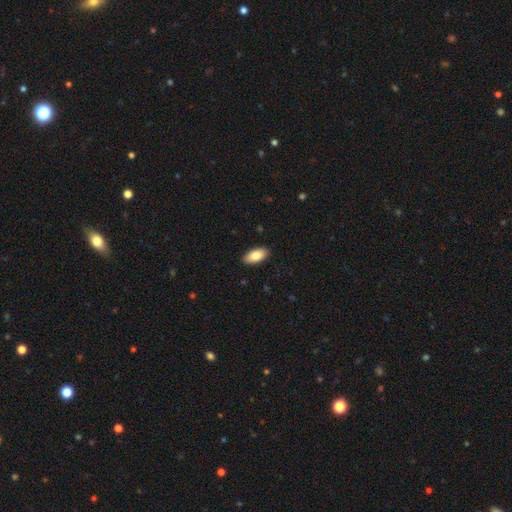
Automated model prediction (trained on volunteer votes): The model was most divided on "smooth or featured": smooth: 84%, featured or disk: 10%, star or artifact: 6%. More confident: how rounded — in between (92%); merging — none (90%).